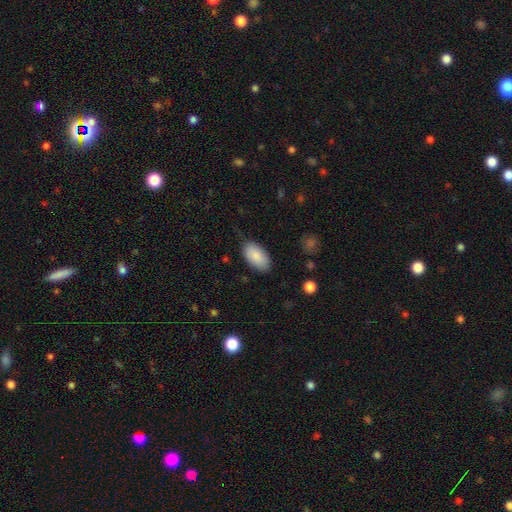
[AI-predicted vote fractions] Morphology: type=smooth (88%); roundness=in between (95%); merging=none (79%).